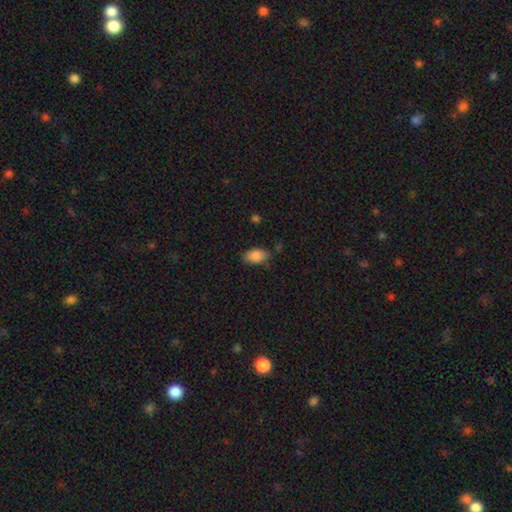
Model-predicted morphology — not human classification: A smooth galaxy with no disk features (87%) that is in between round and cigar-shaped (90%). Merging: none (75%).